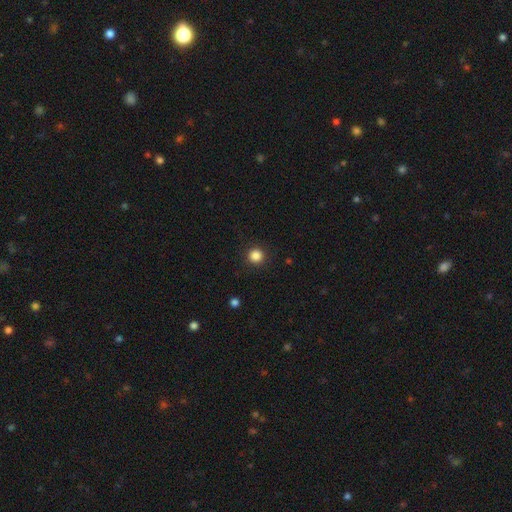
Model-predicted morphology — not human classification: This is clearly a smooth galaxy (86%). How rounded: clearly round (95%). Merging: clearly none (92%).